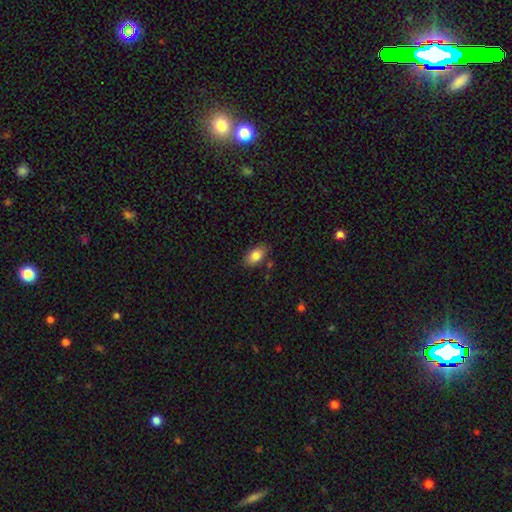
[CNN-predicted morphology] Smooth or featured?
  - smooth: 83% *
  - featured or disk: 9%
  - star or artifact: 7%
How rounded?
  - in between: 91% *
  - round: 6%
  - cigar-shaped: 2%
Merging?
  - none: 82% *
  - minor disturbance: 13%
  - major disturbance: 3%
  - merger: 3%